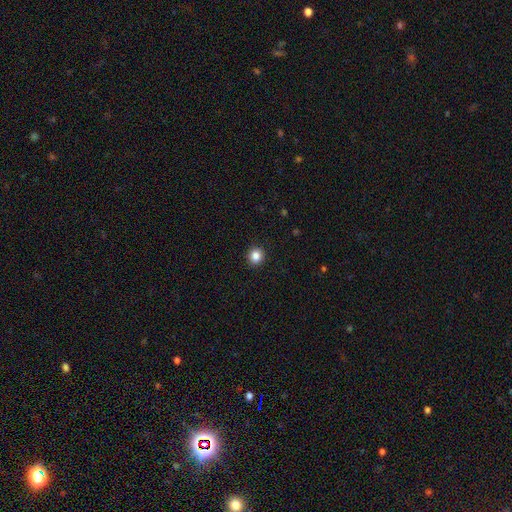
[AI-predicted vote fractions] smooth-or-featured: smooth: 85% | star or artifact: 11% | featured or disk: 4%
  how-rounded: round: 89% | in between: 10% | cigar-shaped: 1%
  merging: none: 93% | minor disturbance: 5% | major disturbance: 2% | merger: 1%